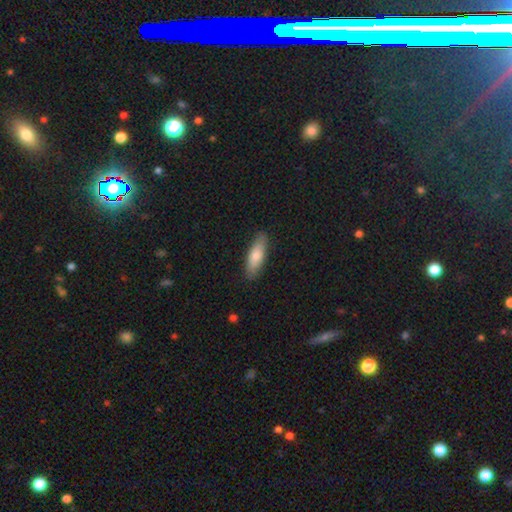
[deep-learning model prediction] The model was most divided on "how rounded": cigar-shaped: 54%, in between: 44%, round: 2%. More confident: merging — none (88%); smooth or featured — smooth (73%).